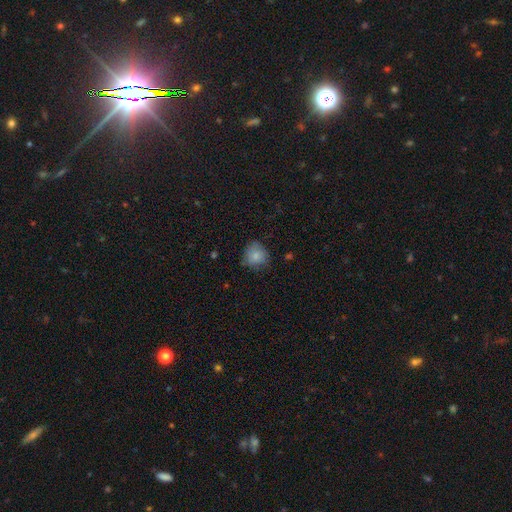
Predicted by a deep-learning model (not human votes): Morphology: type=smooth (82%); roundness=round (83%); merging=none (69%).